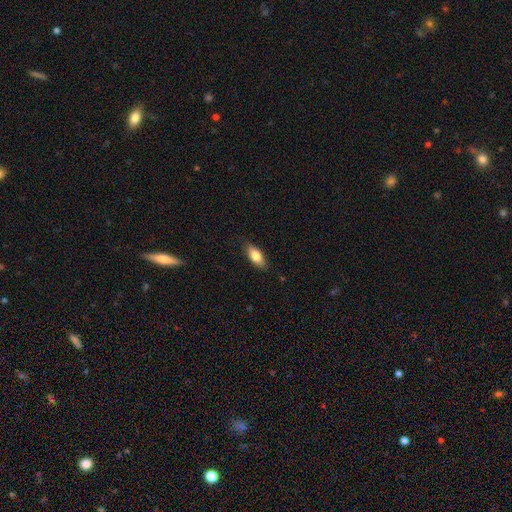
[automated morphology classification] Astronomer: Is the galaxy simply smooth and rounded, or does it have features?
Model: smooth — 76%.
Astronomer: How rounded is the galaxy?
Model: in between — 81%.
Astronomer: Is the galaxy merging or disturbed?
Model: none — 84%.